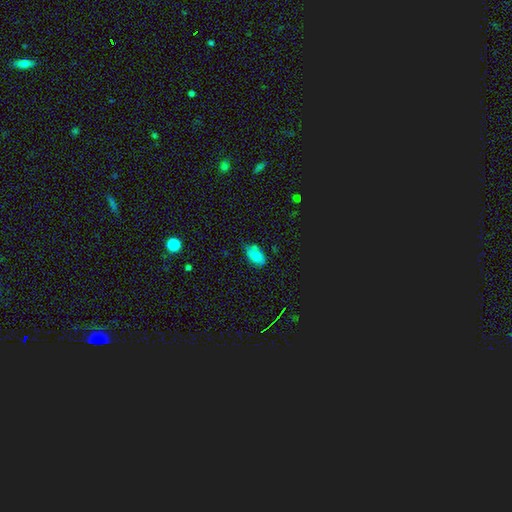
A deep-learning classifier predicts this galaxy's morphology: Smooth or featured: smooth — 75% (featured or disk — 13%)
How rounded: in between — 90% (round — 7%)
Merging: none — 68% (minor disturbance — 24%)